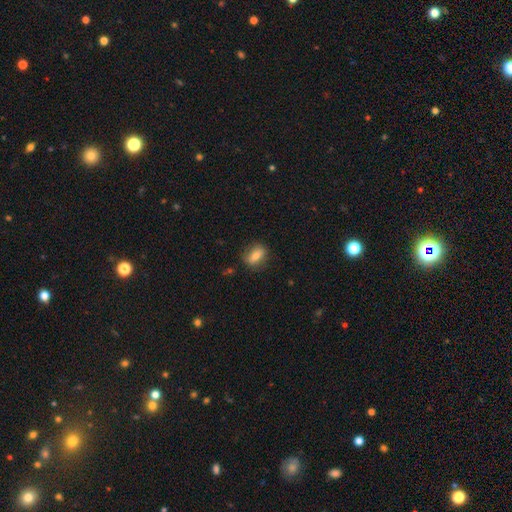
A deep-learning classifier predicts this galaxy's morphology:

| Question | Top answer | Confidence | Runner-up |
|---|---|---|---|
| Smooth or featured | smooth | 75% | featured or disk (17%) |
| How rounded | in between | 74% | round (19%) |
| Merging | none | 79% | minor disturbance (16%) |